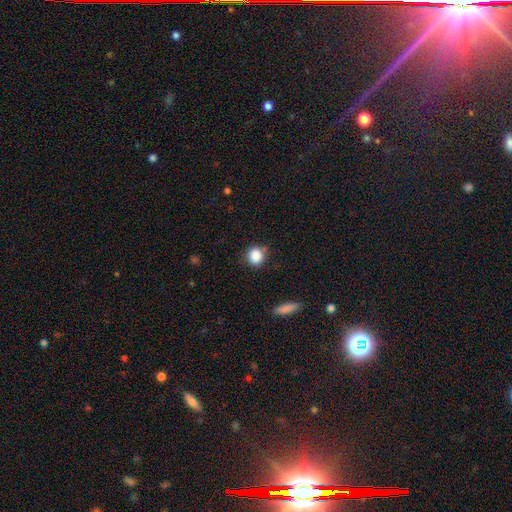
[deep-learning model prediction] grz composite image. It shows a smooth galaxy with no disk features (86%) that is round (80%). Merging: none (75%).